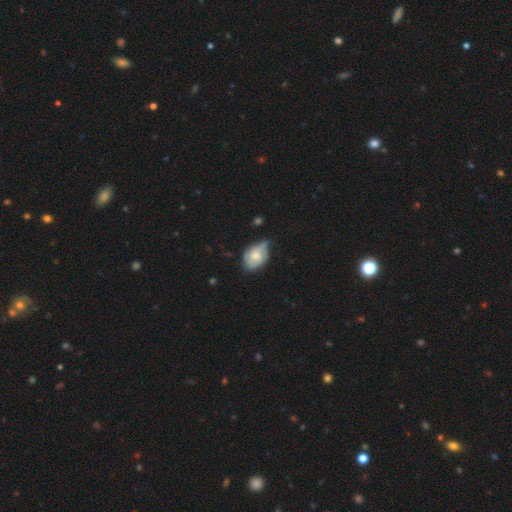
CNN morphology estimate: smooth_or_featured: featured or disk (p=0.48) [alt: smooth p=0.45]
merging: none (p=0.44) [alt: minor disturbance p=0.39]